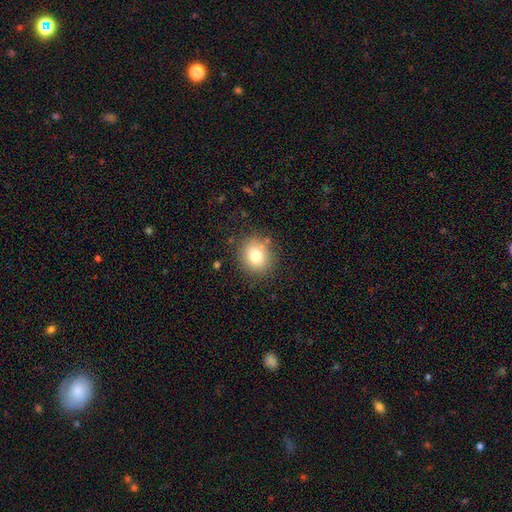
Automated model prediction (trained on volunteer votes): A smooth galaxy with no disk features (78%) that is round (79%). Merging: none (83%).